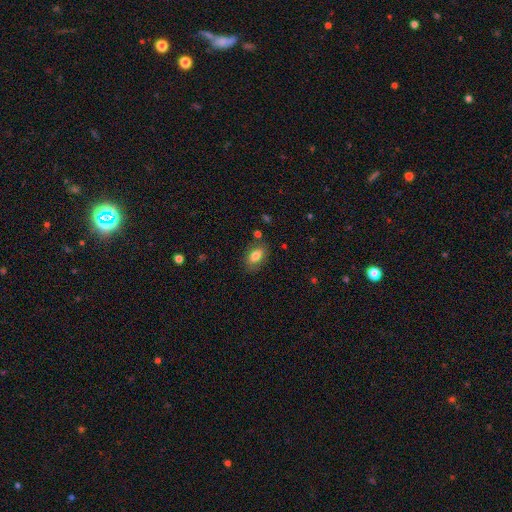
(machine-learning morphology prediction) Smooth or featured? smooth (79%)
How rounded? in between (88%)
Merging? none (81%)